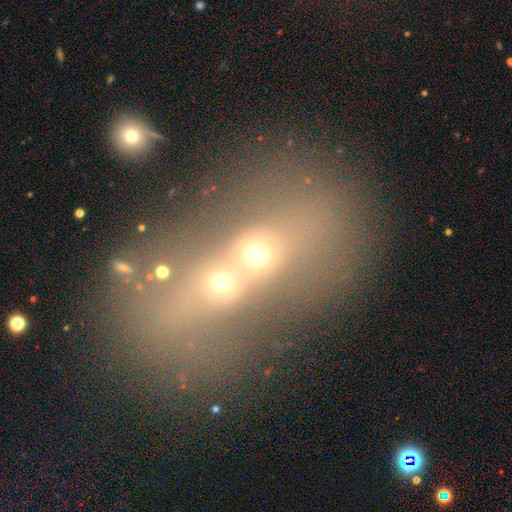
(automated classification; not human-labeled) Smooth or featured? smooth (50%)
Merging? merger (79%)